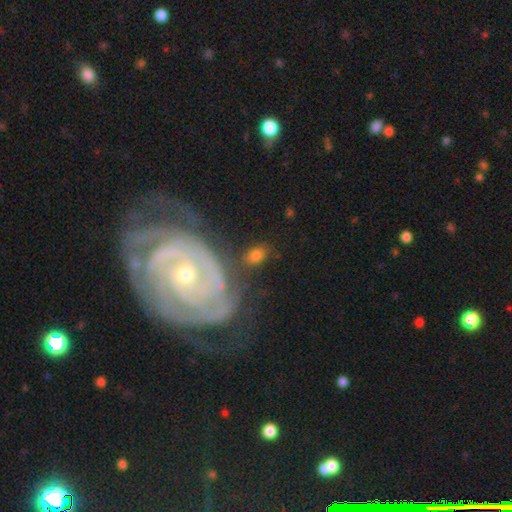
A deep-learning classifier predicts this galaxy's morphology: A smooth galaxy with no disk features (67%) that is in between round and cigar-shaped (73%). Merging: none (67%).